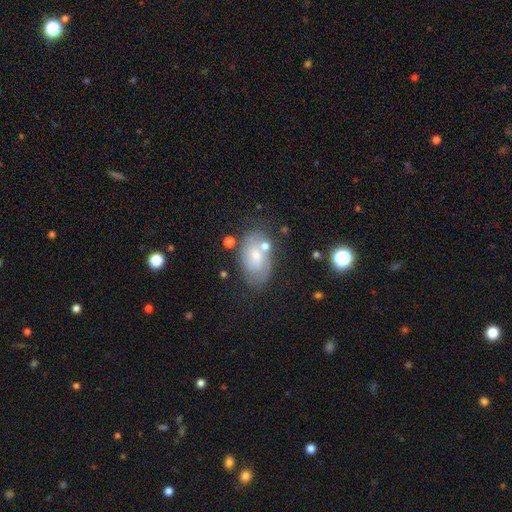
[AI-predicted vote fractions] smooth-or-featured: featured or disk: 54% | smooth: 37% | star or artifact: 9%
  disk-edge-on: no: 95% | yes: 5%
    bar: no: 64% | weak: 31% | strong: 5%
    has-spiral-arms: yes: 73% | no: 27%
    bulge-size: small: 56% | moderate: 35% | none: 5% | large: 3% | dominant: 1%
  merging: none: 61% | minor disturbance: 21% | merger: 9% | major disturbance: 8%